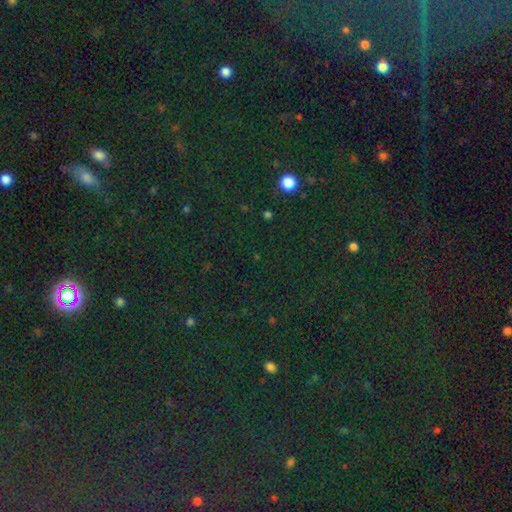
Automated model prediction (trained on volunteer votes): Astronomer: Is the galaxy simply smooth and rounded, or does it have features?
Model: star or artifact — 76%.